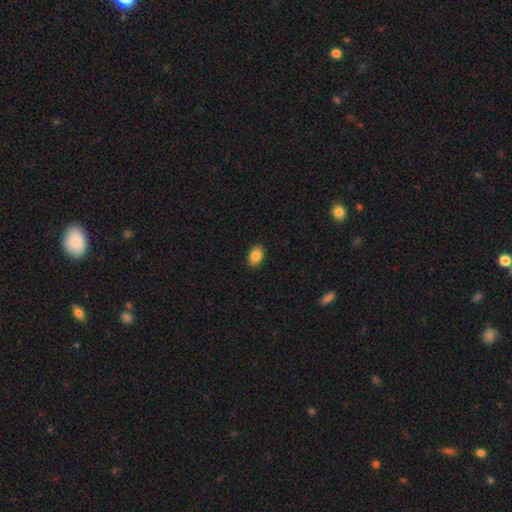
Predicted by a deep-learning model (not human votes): smooth-or-featured: smooth: 86% | star or artifact: 8% | featured or disk: 6%
  how-rounded: in between: 85% | round: 14% | cigar-shaped: 1%
  merging: none: 90% | minor disturbance: 8% | major disturbance: 2% | merger: 1%